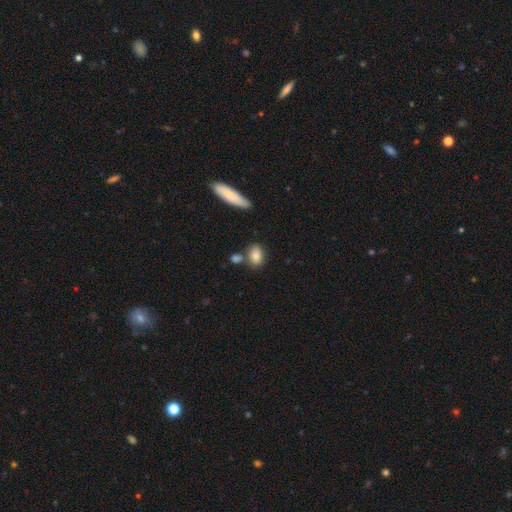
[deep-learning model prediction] Smooth or featured? smooth (81%)
How rounded? in between (76%)
Merging? none (67%)